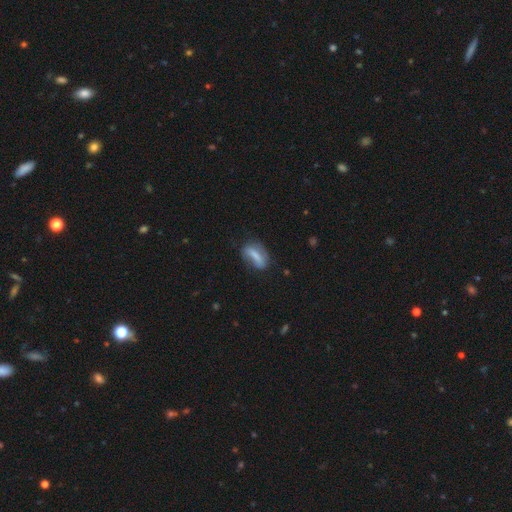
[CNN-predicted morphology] The model was most divided on "merging": none: 58%, minor disturbance: 27%, major disturbance: 12%, merger: 3%. More confident: how rounded — in between (66%); smooth or featured — smooth (62%).